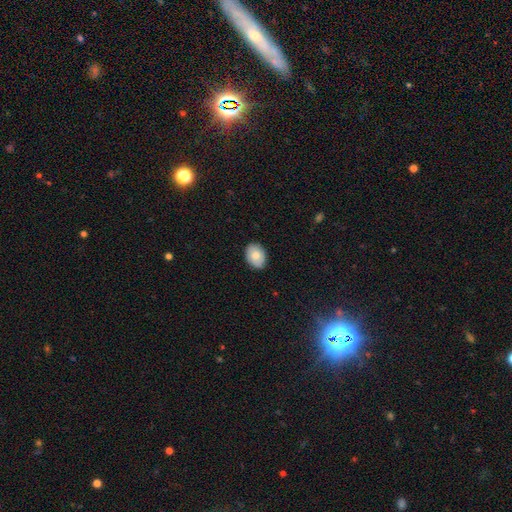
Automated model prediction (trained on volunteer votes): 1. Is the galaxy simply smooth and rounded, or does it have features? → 80% smooth, 13% featured or disk, 7% star or artifact.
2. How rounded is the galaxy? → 77% in between, 22% round, 1% cigar-shaped.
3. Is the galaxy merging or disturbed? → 88% none, 10% minor disturbance, 2% major disturbance, 1% merger.